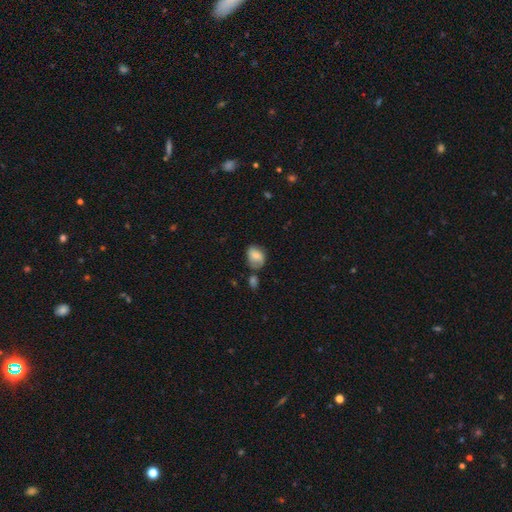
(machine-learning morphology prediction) Q: Smooth or featured?
A: smooth (73%); runner-up: featured or disk (19%)
Q: How rounded?
A: in between (63%); runner-up: round (36%)
Q: Merging?
A: none (55%); runner-up: minor disturbance (26%)